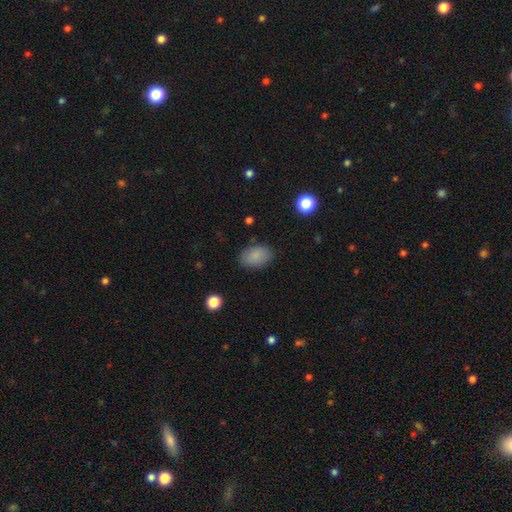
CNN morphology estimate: Q: Smooth or featured?
A: smooth (87%); runner-up: star or artifact (8%)
Q: How rounded?
A: in between (89%); runner-up: round (10%)
Q: Merging?
A: none (84%); runner-up: minor disturbance (12%)